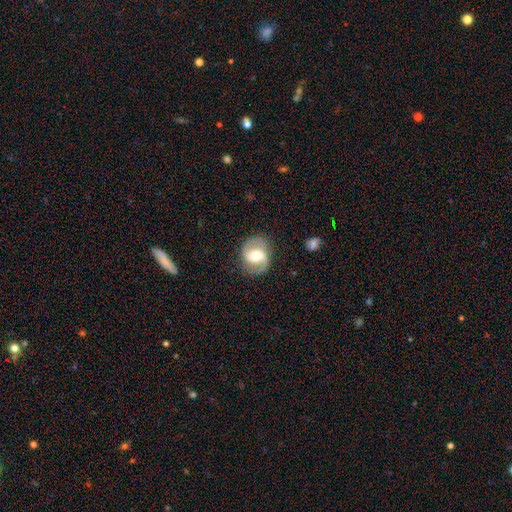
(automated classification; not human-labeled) smooth-or-featured: featured or disk: 81% | smooth: 14% | star or artifact: 5%
  disk-edge-on: no: 98% | yes: 2%
    bar: weak: 42% | no: 34% | strong: 24%
    has-spiral-arms: yes: 93% | no: 7%
      spiral-winding: medium: 52% | loose: 25% | tight: 23%
      spiral-arm-count: 2: 91% | can't tell: 3% | 1: 3% | 3: 1% | 4: 1% | more than 4: 1%
    bulge-size: moderate: 68% | small: 18% | large: 11% | dominant: 1% | none: 1%
  merging: none: 82% | minor disturbance: 12% | major disturbance: 5% | merger: 1%